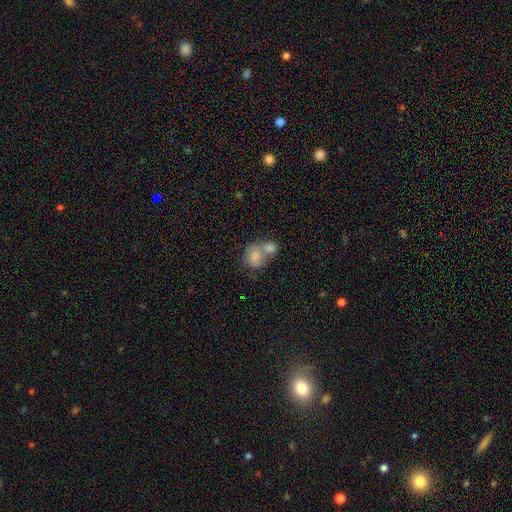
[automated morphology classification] Smooth or featured? smooth (78%)
How rounded? round (53%)
Merging? merger (64%)